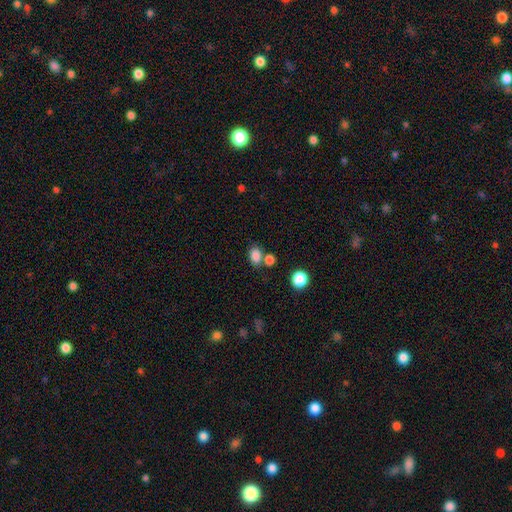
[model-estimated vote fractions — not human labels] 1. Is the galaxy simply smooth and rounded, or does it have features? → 84% smooth, 11% star or artifact, 6% featured or disk.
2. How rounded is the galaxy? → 70% in between, 29% round, 1% cigar-shaped.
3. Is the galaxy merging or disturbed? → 61% none, 23% merger, 12% minor disturbance, 4% major disturbance.